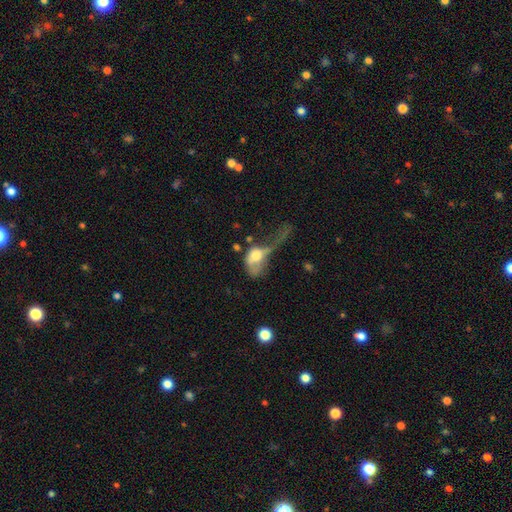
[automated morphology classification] Q: Smooth or featured?
A: smooth (57%); runner-up: featured or disk (35%)
Q: How rounded?
A: in between (75%); runner-up: round (21%)
Q: Merging?
A: major disturbance (67%); runner-up: merger (14%)